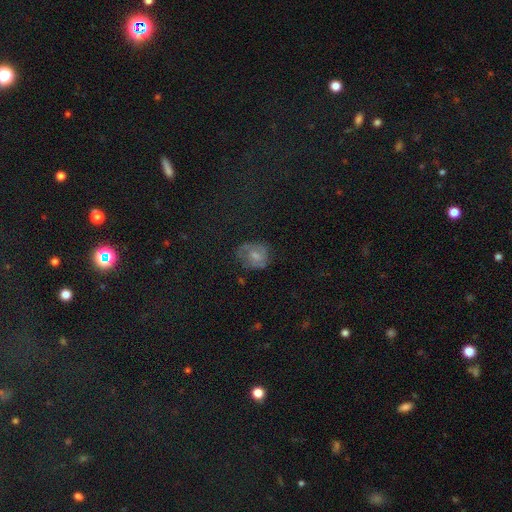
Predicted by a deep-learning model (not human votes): Overall: featured or disk (44%; smooth 42%). Merging: none (57%; minor disturbance 26%).